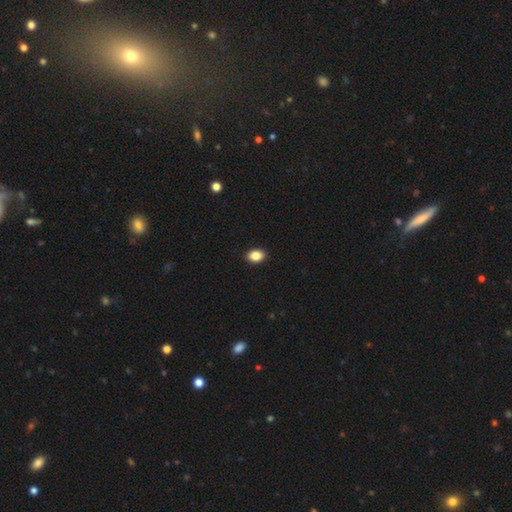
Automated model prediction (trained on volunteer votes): Smooth or featured? smooth (87%)
How rounded? in between (77%)
Merging? none (91%)